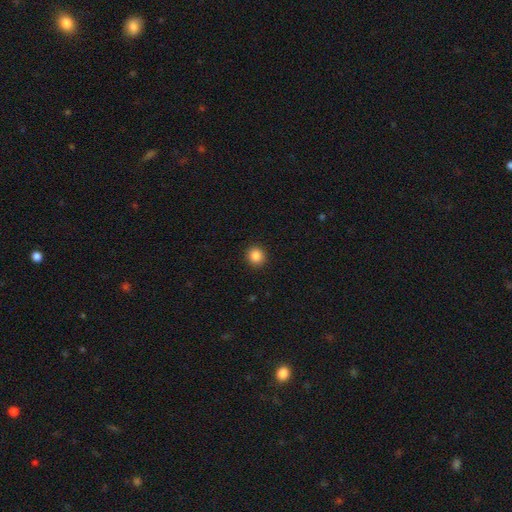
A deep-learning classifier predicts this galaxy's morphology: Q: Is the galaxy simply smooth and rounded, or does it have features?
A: smooth — 86%.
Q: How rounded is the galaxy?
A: round — 90%.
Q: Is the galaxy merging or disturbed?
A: none — 92%.